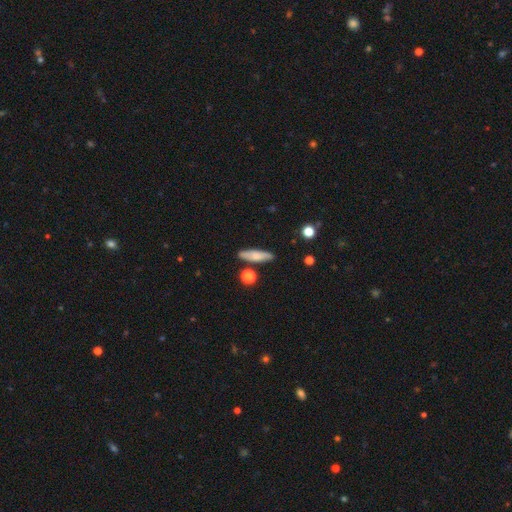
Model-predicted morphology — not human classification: smooth_or_featured: smooth (p=0.73) [alt: featured or disk p=0.20]
how_rounded: cigar-shaped (p=0.68) [alt: in between p=0.28]
merging: none (p=0.83) [alt: minor disturbance p=0.10]